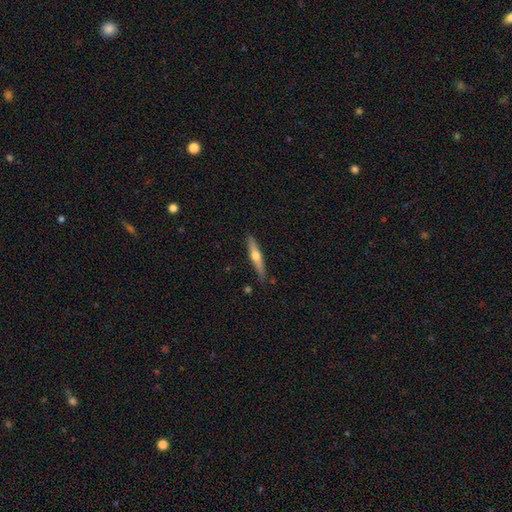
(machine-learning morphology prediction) This is possibly a featured or disk galaxy (55%). It is clearly viewed edge-on (95%). Edge-on bulge: clearly rounded (92%). Merging: clearly none (84%).